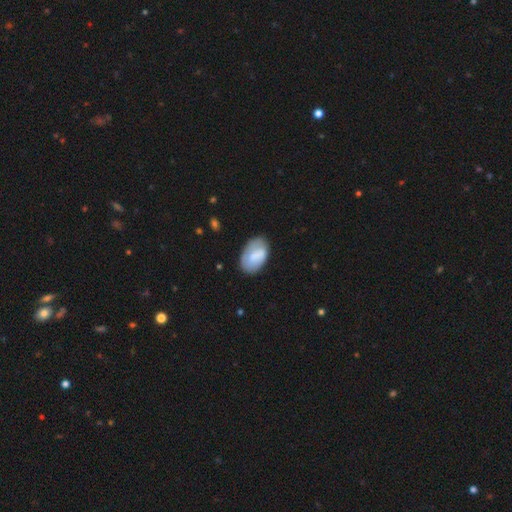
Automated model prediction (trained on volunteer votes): This is likely a smooth galaxy (73%). How rounded: clearly in between (92%). Merging: likely none (66%).